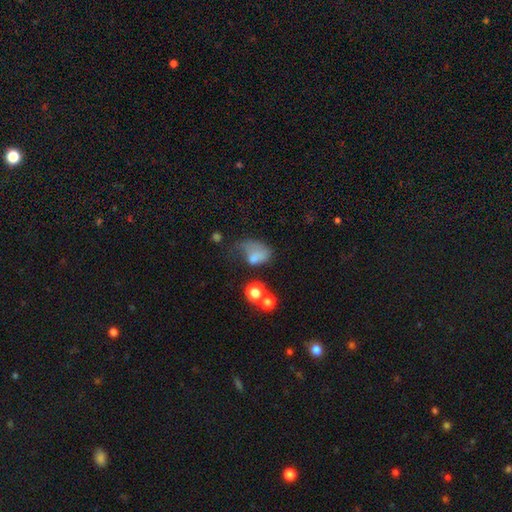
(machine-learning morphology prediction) Smooth or featured?
  - smooth: 67% *
  - featured or disk: 20%
  - star or artifact: 13%
How rounded?
  - in between: 77% *
  - round: 22%
  - cigar-shaped: 2%
Merging?
  - major disturbance: 48% *
  - minor disturbance: 23%
  - none: 17%
  - merger: 12%